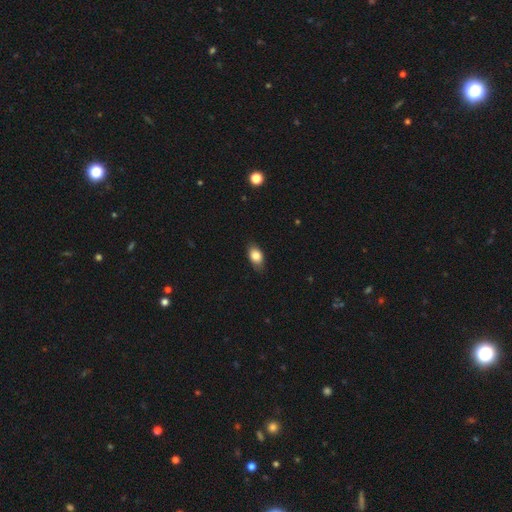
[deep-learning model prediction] smooth-or-featured: smooth: 83% | featured or disk: 9% | star or artifact: 8%
  how-rounded: in between: 88% | round: 9% | cigar-shaped: 3%
  merging: none: 83% | minor disturbance: 14% | major disturbance: 2% | merger: 1%